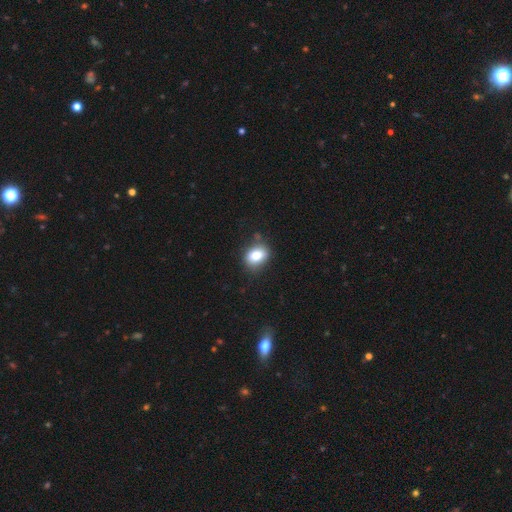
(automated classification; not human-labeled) smooth_or_featured: smooth (p=0.80) [alt: featured or disk p=0.10]
how_rounded: in between (p=0.61) [alt: round p=0.37]
merging: none (p=0.77) [alt: minor disturbance p=0.16]